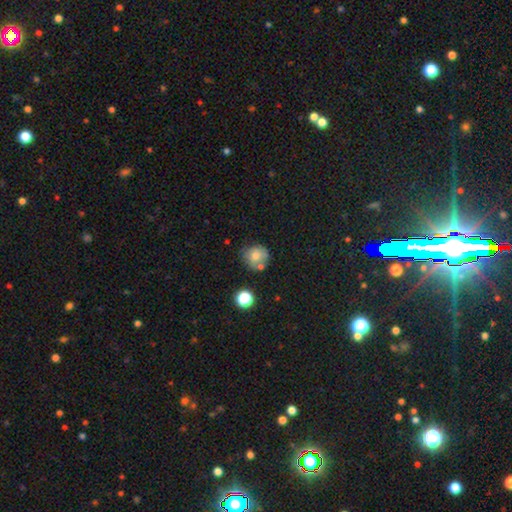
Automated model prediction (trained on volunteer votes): Smooth or featured?
  - smooth: 70% *
  - featured or disk: 19%
  - star or artifact: 11%
How rounded?
  - round: 84% *
  - in between: 16%
  - cigar-shaped: 1%
Merging?
  - none: 55% *
  - minor disturbance: 20%
  - merger: 19%
  - major disturbance: 6%